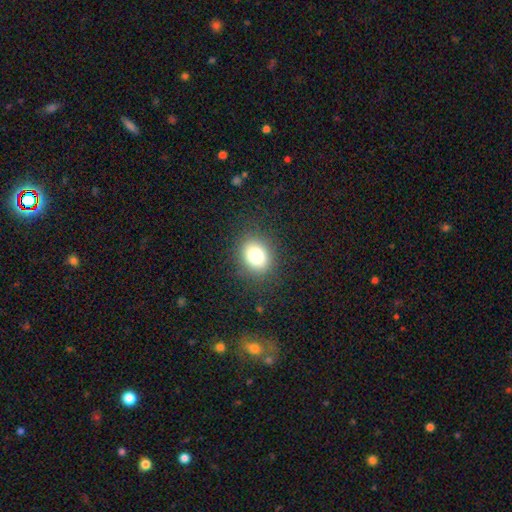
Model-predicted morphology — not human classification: A smooth galaxy with no disk features (78%) that is round (58%). Merging: none (87%).